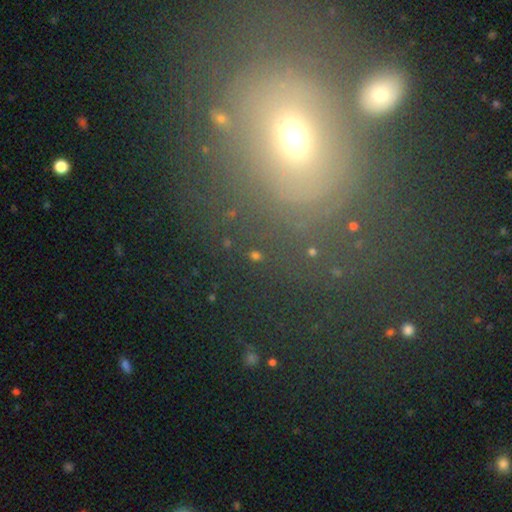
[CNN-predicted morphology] smooth_or_featured: smooth (p=0.45) [alt: star or artifact p=0.44]
merging: none (p=0.81) [alt: minor disturbance p=0.09]